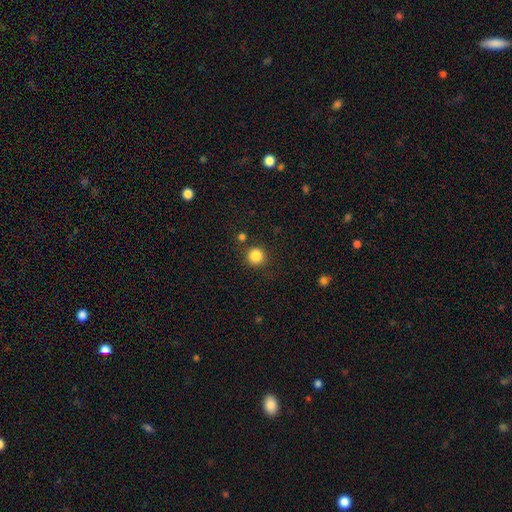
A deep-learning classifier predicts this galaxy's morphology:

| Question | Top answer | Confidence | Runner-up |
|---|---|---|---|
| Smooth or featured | smooth | 85% | star or artifact (11%) |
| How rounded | round | 95% | in between (4%) |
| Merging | none | 87% | minor disturbance (6%) |